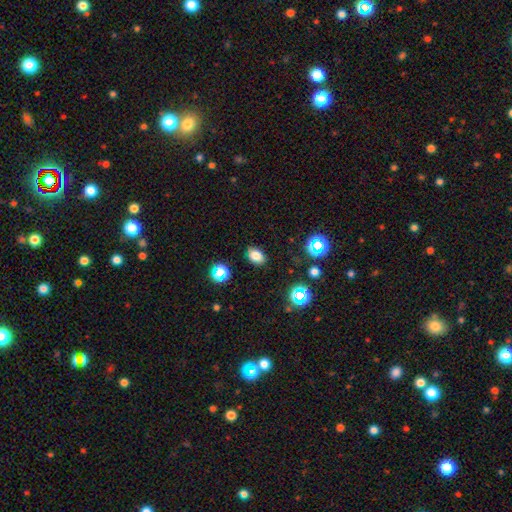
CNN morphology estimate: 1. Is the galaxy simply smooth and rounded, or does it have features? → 77% smooth, 16% star or artifact, 7% featured or disk.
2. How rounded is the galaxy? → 80% in between, 19% round, 1% cigar-shaped.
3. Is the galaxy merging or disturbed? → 86% none, 10% minor disturbance, 3% major disturbance, 2% merger.